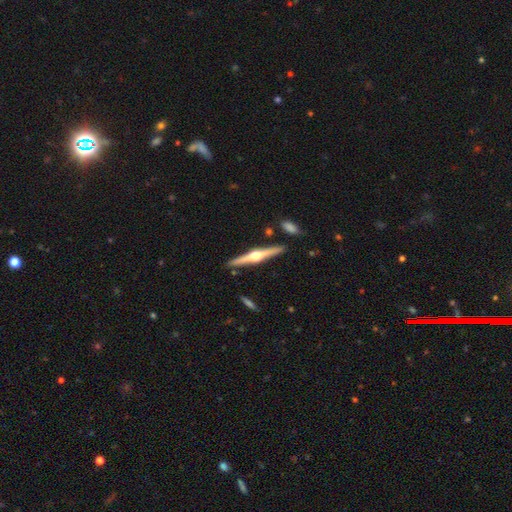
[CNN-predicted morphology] type=featured or disk (78%); edge-on=yes (98%); edge-on bulge=rounded (95%); merging=none (88%).